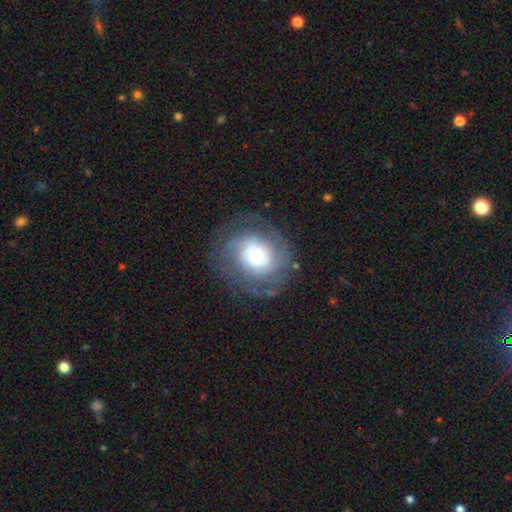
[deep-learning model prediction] A featured or disk galaxy (64%) with no bar (78%), tight (61%) spiral arms (86%) and a large central bulge (38%).

Vote fractions:
- Smooth or featured? featured or disk: 64% / smooth: 26% / star or artifact: 9%
- Edge-on disk? no: 97% / yes: 3%
- Bar? no: 78% / weak: 18% / strong: 4%
- Spiral arms? yes: 86% / no: 14%
- Spiral winding? tight: 61% / medium: 29% / loose: 10%
- Spiral arm count? can't tell: 43% / 2: 20% / 3: 15% / 4: 9% / 1: 7% / more than 4: 6%
- Bulge size? large: 38% / moderate: 26% / small: 23% / dominant: 10% / none: 3%
- Merging? none: 73% / minor disturbance: 15% / major disturbance: 10% / merger: 1%